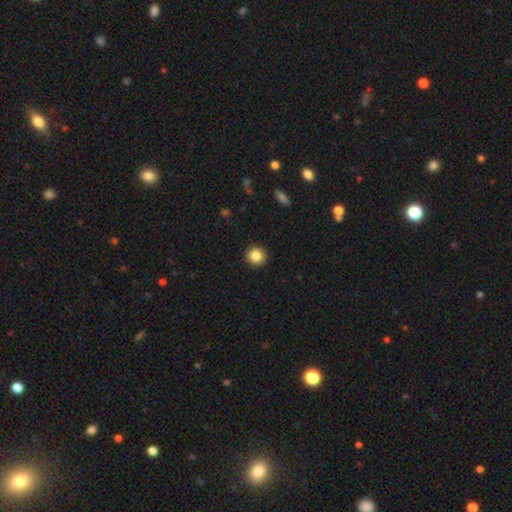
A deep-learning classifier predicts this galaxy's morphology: Smooth or featured? smooth (85%)
How rounded? round (93%)
Merging? none (93%)